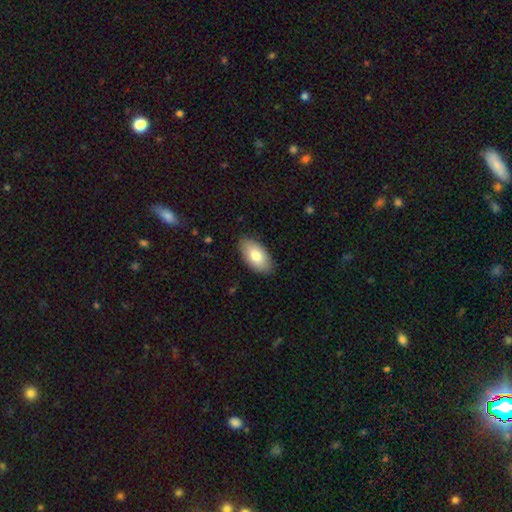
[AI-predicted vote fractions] smooth-or-featured: smooth: 80% | featured or disk: 14% | star or artifact: 6%
  how-rounded: in between: 95% | round: 3% | cigar-shaped: 3%
  merging: none: 86% | minor disturbance: 11% | major disturbance: 2% | merger: 1%